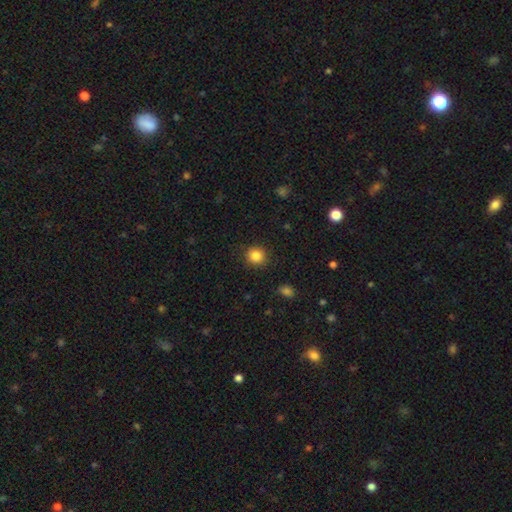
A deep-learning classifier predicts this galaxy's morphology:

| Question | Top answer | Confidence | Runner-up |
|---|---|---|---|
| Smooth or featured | smooth | 85% | star or artifact (11%) |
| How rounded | round | 89% | in between (10%) |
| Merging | none | 89% | minor disturbance (7%) |